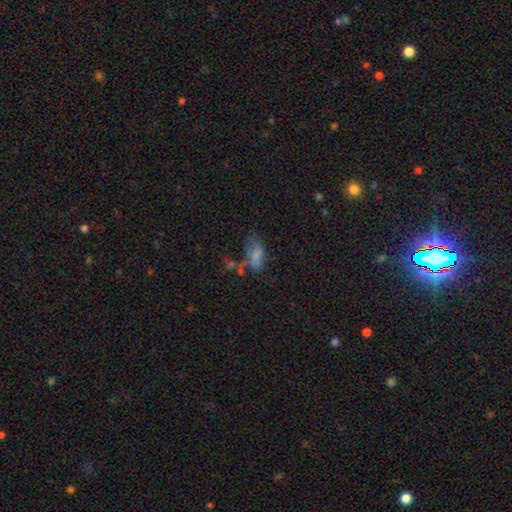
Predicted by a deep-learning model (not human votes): Smooth or featured? Predicted: smooth (p=0.64). How rounded? Predicted: in between (p=0.90). Merging? Predicted: major disturbance (p=0.32).